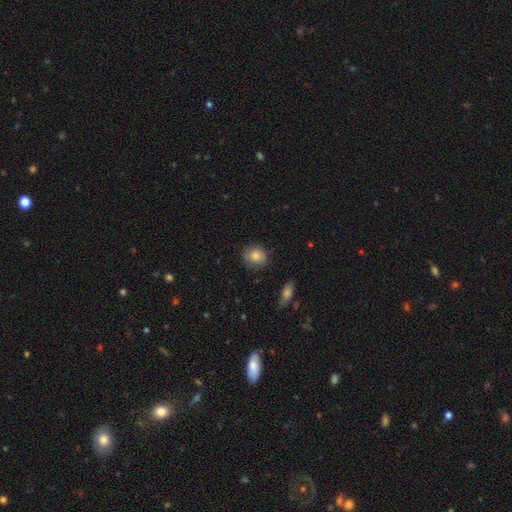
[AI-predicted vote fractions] smooth 82%, featured or disk 9%, star or artifact 9%. Down the decision tree: how rounded — round (77%); merging — none (81%).